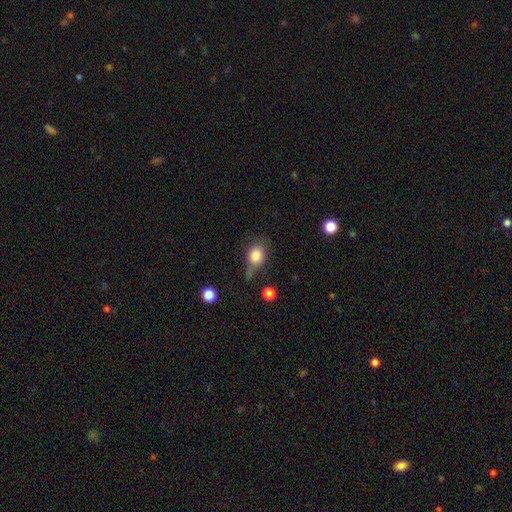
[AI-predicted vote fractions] Smooth or featured? Predicted: smooth (p=0.80). How rounded? Predicted: round (p=0.51). Merging? Predicted: none (p=0.45).